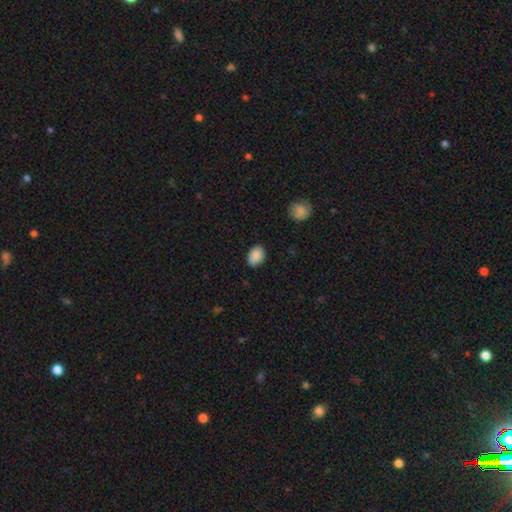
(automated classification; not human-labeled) smooth_or_featured: smooth (p=0.88) [alt: star or artifact p=0.08]
how_rounded: in between (p=0.71) [alt: round p=0.28]
merging: none (p=0.83) [alt: minor disturbance p=0.14]